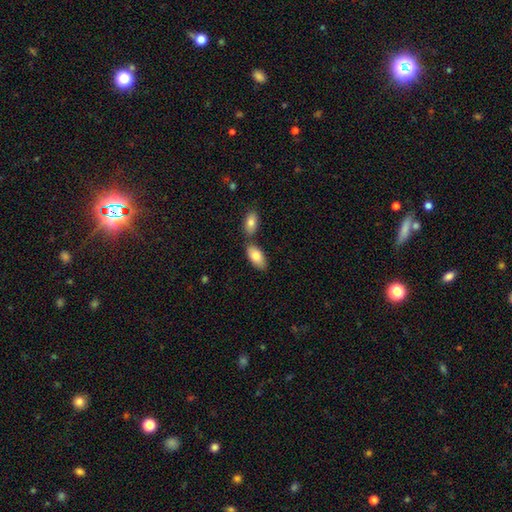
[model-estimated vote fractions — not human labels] Smooth or featured?
  - smooth: 83% *
  - featured or disk: 11%
  - star or artifact: 6%
How rounded?
  - in between: 92% *
  - cigar-shaped: 5%
  - round: 2%
Merging?
  - none: 62% *
  - merger: 24%
  - minor disturbance: 11%
  - major disturbance: 3%